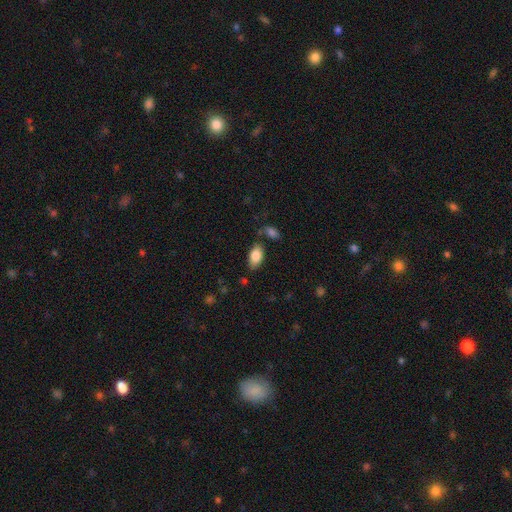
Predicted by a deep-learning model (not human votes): Smooth or featured?
  - smooth: 85% *
  - featured or disk: 8%
  - star or artifact: 7%
How rounded?
  - in between: 93% *
  - round: 4%
  - cigar-shaped: 3%
Merging?
  - none: 76% *
  - minor disturbance: 15%
  - merger: 6%
  - major disturbance: 4%